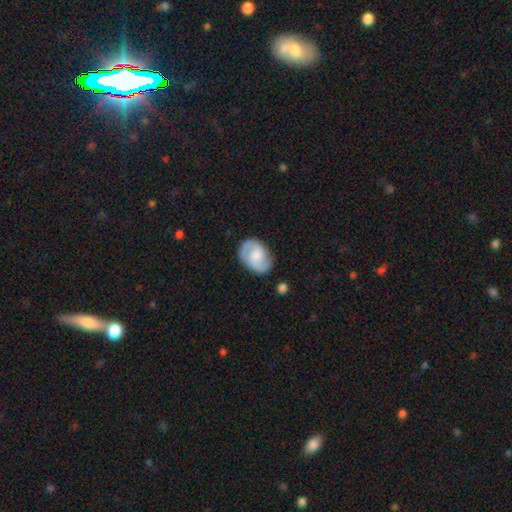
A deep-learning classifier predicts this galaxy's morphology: A featured or disk galaxy (69%) with no bar (52%), 2 (87%) medium (49%) spiral arms (90%) and a moderate central bulge (44%). Merging: none (79%).